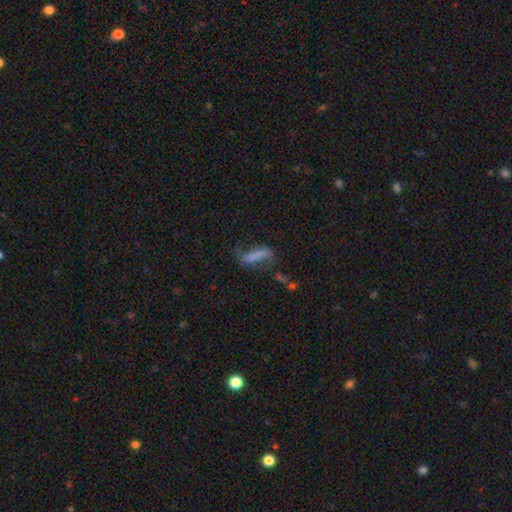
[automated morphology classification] The model was most divided on "smooth or featured": smooth: 51%, featured or disk: 37%, star or artifact: 12%. Remaining: how rounded — cigar-shaped (62%); merging — none (46%).